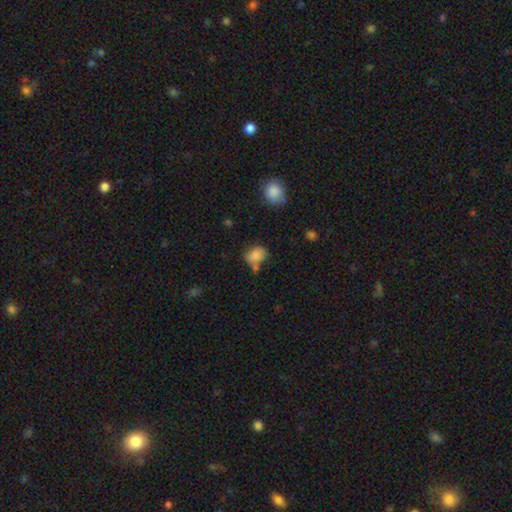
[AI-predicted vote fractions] Q: Smooth or featured?
A: smooth (83%); runner-up: star or artifact (10%)
Q: How rounded?
A: in between (63%); runner-up: round (35%)
Q: Merging?
A: none (52%); runner-up: merger (21%)